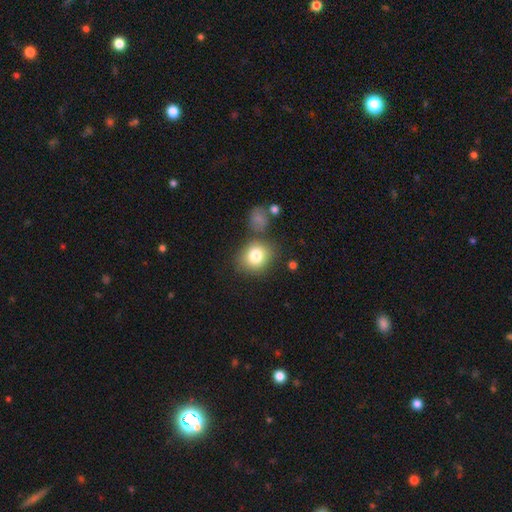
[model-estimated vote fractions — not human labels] Q: Smooth or featured?
A: smooth (80%); runner-up: star or artifact (10%)
Q: How rounded?
A: round (74%); runner-up: in between (25%)
Q: Merging?
A: none (73%); runner-up: minor disturbance (14%)